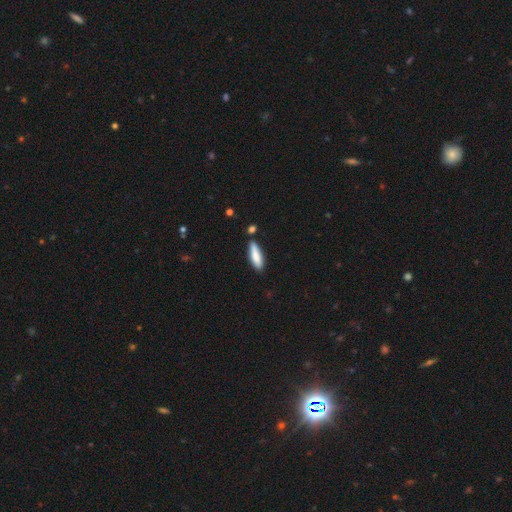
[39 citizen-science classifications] Smooth or featured: smooth — 79% (featured or disk — 18%)
How rounded: cigar-shaped — 87% (in between — 13%)
Merging: none — 79% (minor disturbance — 16%)